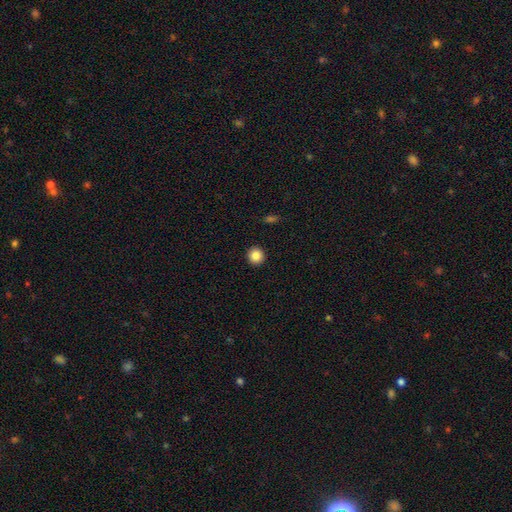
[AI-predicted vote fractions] Smooth or featured?
  - smooth: 85% *
  - star or artifact: 10%
  - featured or disk: 5%
How rounded?
  - round: 95% *
  - in between: 4%
  - cigar-shaped: 1%
Merging?
  - none: 93% *
  - minor disturbance: 4%
  - major disturbance: 2%
  - merger: 1%